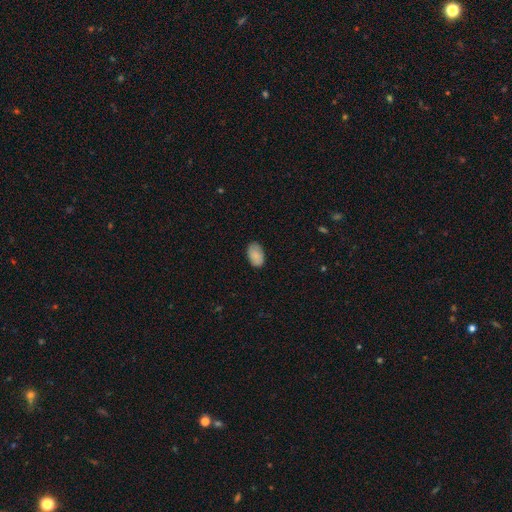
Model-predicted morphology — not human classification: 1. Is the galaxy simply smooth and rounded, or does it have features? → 86% smooth, 7% featured or disk, 7% star or artifact.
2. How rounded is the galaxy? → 93% in between, 6% round, 1% cigar-shaped.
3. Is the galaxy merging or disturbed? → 84% none, 13% minor disturbance, 2% major disturbance, 1% merger.